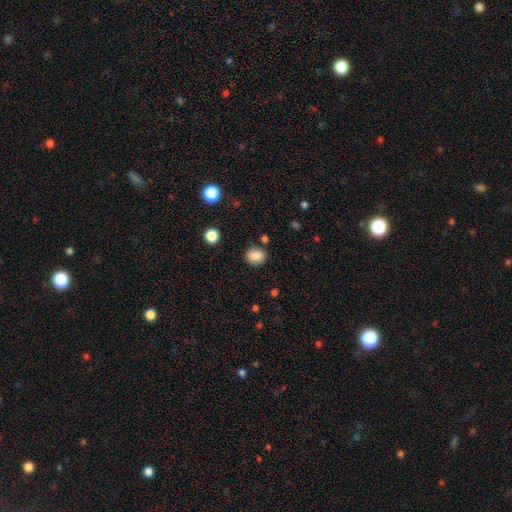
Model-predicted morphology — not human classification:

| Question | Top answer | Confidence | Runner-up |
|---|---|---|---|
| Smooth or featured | smooth | 86% | star or artifact (10%) |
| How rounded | round | 72% | in between (27%) |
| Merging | none | 84% | minor disturbance (10%) |